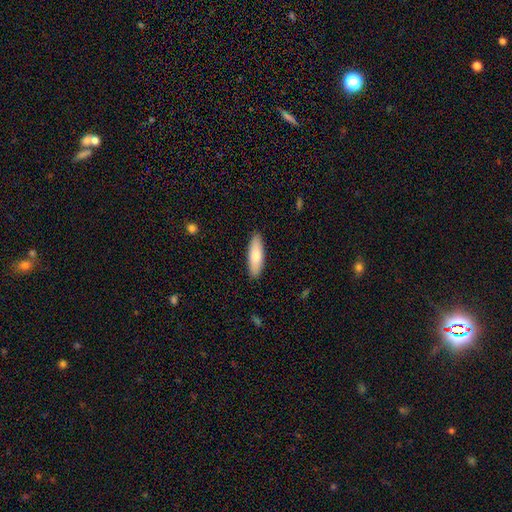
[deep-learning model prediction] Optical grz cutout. It shows a smooth galaxy with no disk features (77%) that is in between round and cigar-shaped (56%). Merging: none (89%).